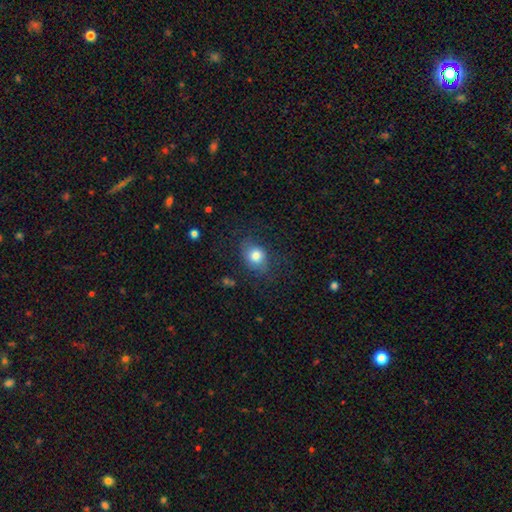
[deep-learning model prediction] Smooth or featured: smooth — 78% (featured or disk — 12%)
How rounded: in between — 52% (round — 47%)
Merging: none — 69% (minor disturbance — 20%)